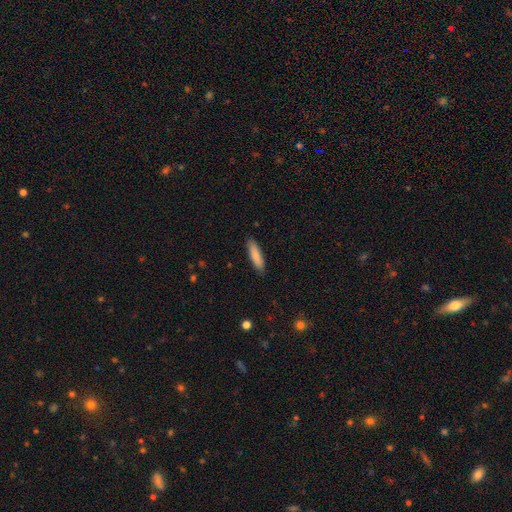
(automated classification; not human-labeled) The model was most divided on "how rounded": cigar-shaped: 74%, in between: 24%, round: 1%. More confident: merging — none (88%); smooth or featured — smooth (87%).